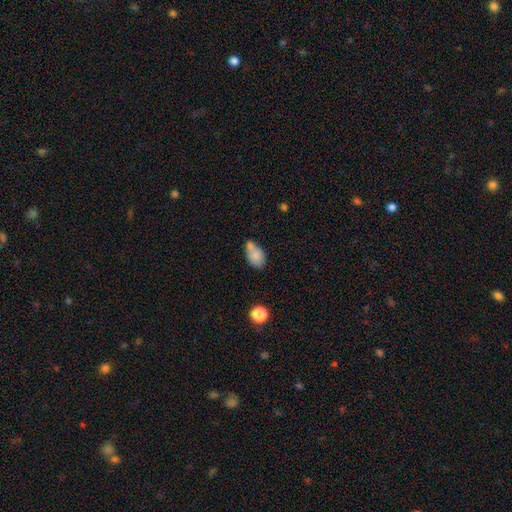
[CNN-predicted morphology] This appears to be a smooth galaxy with no disk features (79%) that is in between round and cigar-shaped (82%). Merging: merger (39%).